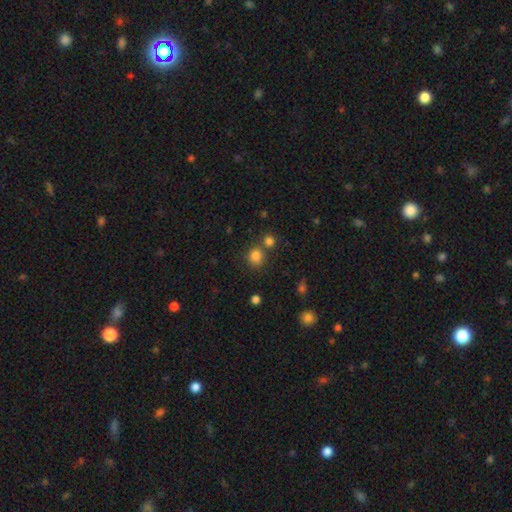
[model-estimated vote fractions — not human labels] A smooth galaxy with no disk features (81%) that is round (83%).

Vote fractions:
- Smooth or featured? smooth: 81% / star or artifact: 14% / featured or disk: 5%
- How rounded? round: 83% / in between: 16% / cigar-shaped: 1%
- Merging? none: 66% / merger: 22% / minor disturbance: 9% / major disturbance: 3%